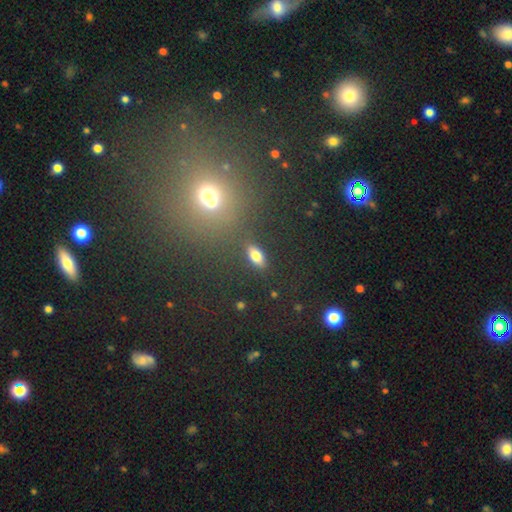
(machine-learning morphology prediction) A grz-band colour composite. It shows a smooth galaxy with no disk features (78%) that is in between round and cigar-shaped (84%). Merging: none (86%).